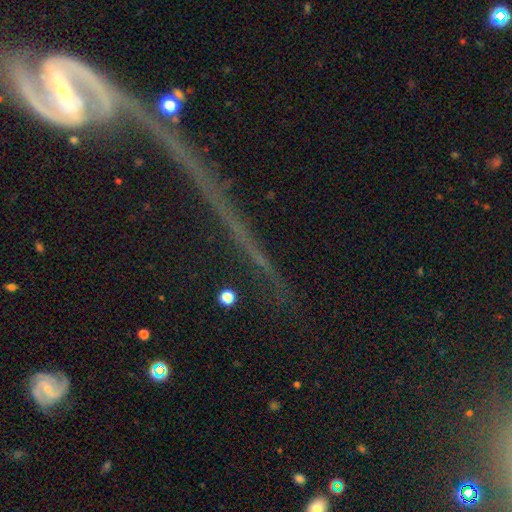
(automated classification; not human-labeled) Smooth or featured?
  - star or artifact: 53% *
  - featured or disk: 34%
  - smooth: 12%